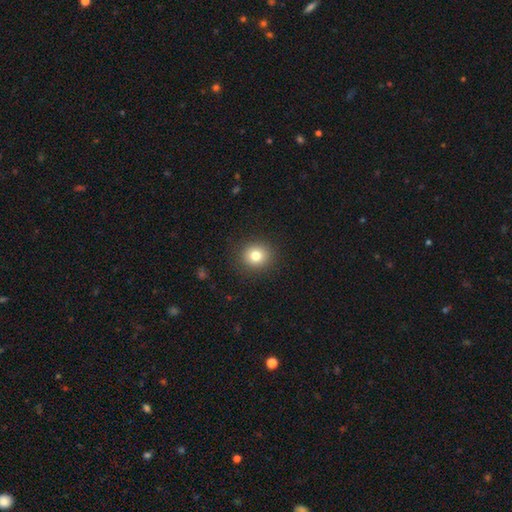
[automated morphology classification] The model was most divided on "smooth or featured": smooth: 79%, star or artifact: 12%, featured or disk: 9%. More confident: merging — none (90%); how rounded — round (87%).